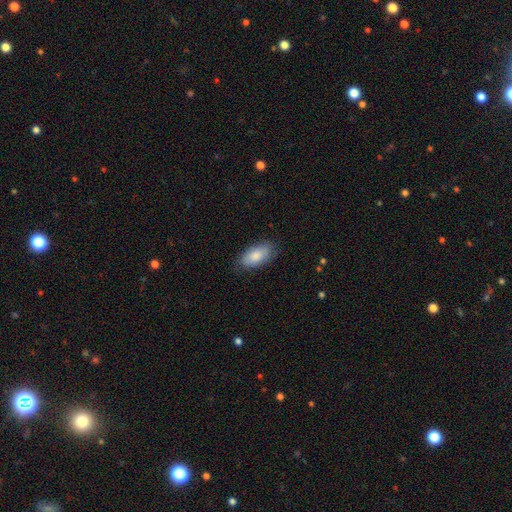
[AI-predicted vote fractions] Smooth or featured?
  - smooth: 83% *
  - featured or disk: 11%
  - star or artifact: 6%
How rounded?
  - in between: 92% *
  - cigar-shaped: 5%
  - round: 3%
Merging?
  - none: 80% *
  - minor disturbance: 15%
  - major disturbance: 3%
  - merger: 1%